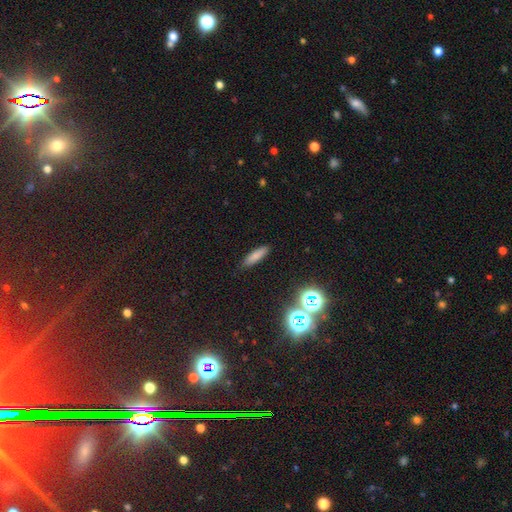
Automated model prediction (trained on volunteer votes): This appears to be a smooth galaxy with no disk features (77%) that is cigar-shaped (67%). Merging: none (89%).